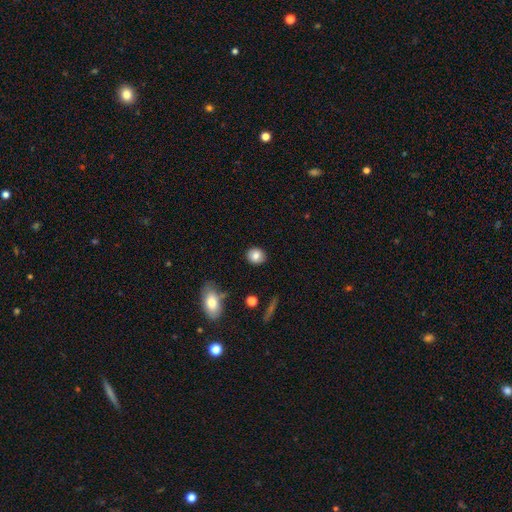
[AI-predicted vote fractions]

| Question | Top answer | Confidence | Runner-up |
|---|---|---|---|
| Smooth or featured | smooth | 83% | star or artifact (9%) |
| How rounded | round | 75% | in between (24%) |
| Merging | none | 88% | minor disturbance (8%) |